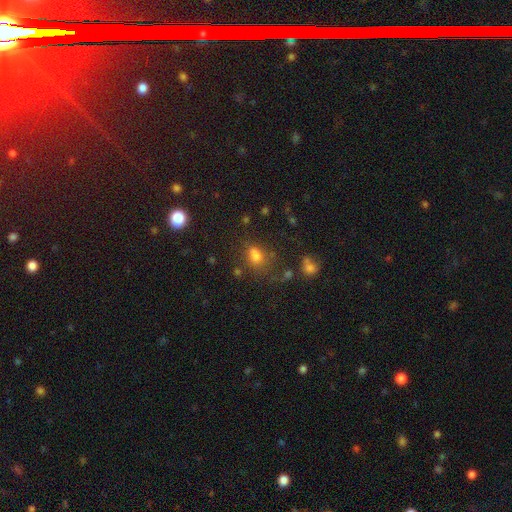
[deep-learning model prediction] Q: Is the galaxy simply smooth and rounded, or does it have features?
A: smooth — 69%.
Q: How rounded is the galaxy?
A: in between — 52%.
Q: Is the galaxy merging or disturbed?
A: none — 51%.